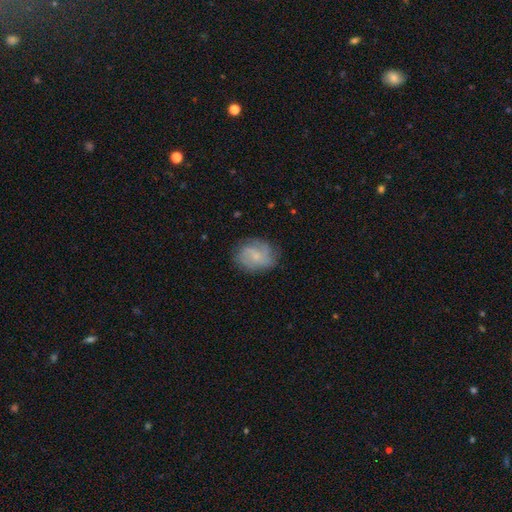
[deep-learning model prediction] Q: Smooth or featured?
A: featured or disk (58%); runner-up: smooth (35%)
Q: Edge-on disk?
A: no (98%); runner-up: yes (2%)
Q: Bar?
A: no (62%); runner-up: weak (34%)
Q: Spiral arms?
A: yes (87%); runner-up: no (13%)
Q: Bulge size?
A: small (65%); runner-up: moderate (20%)
Q: Merging?
A: none (74%); runner-up: minor disturbance (19%)